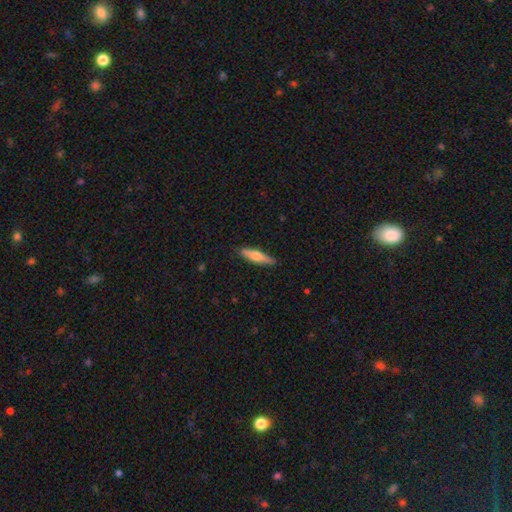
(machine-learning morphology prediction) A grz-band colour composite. It shows a smooth galaxy with no disk features (55%) that is cigar-shaped (76%). Merging: none (87%).